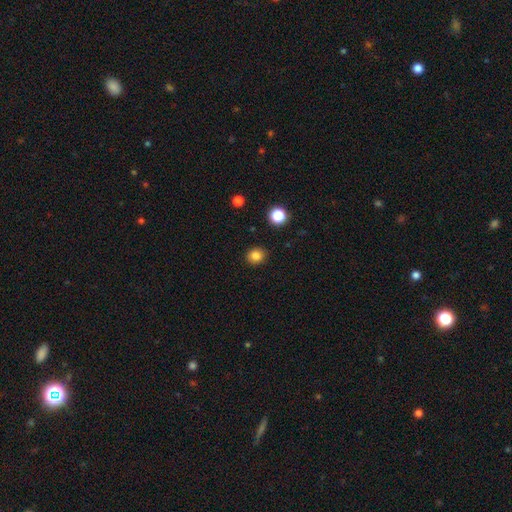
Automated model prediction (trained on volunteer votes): Overall: smooth (84%). How rounded: round (79%). Merging: none (90%).